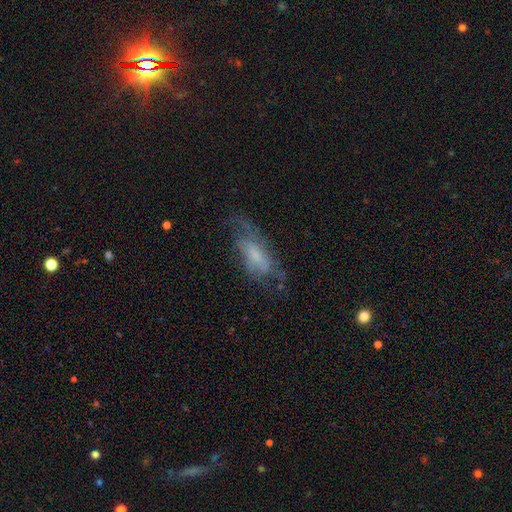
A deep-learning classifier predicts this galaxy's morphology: Smooth or featured? featured or disk (59%)
Edge-on disk? no (86%)
Bar? no (57%)
Spiral arms? yes (73%)
Bulge size? small (38%)
Merging? none (51%)